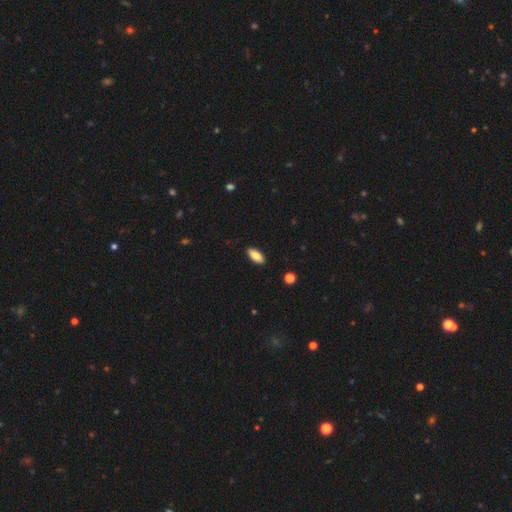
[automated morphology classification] This appears to be a smooth galaxy with no disk features (84%) that is in between round and cigar-shaped (88%). Merging: none (89%).